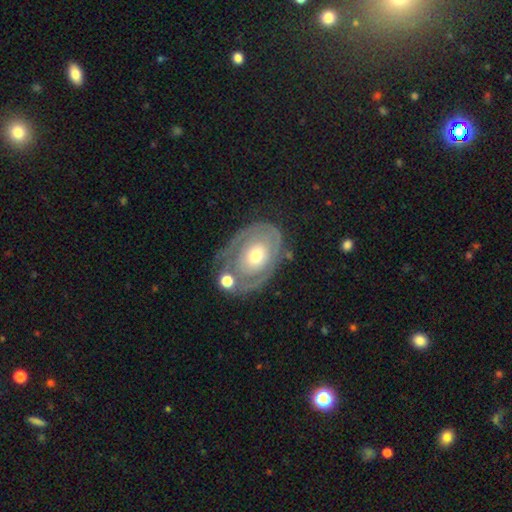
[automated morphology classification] type=featured or disk (71%); edge-on=no (95%); bar=no (87%); spiral arms=yes (62%); bulge=moderate (64%); merging=none (57%).